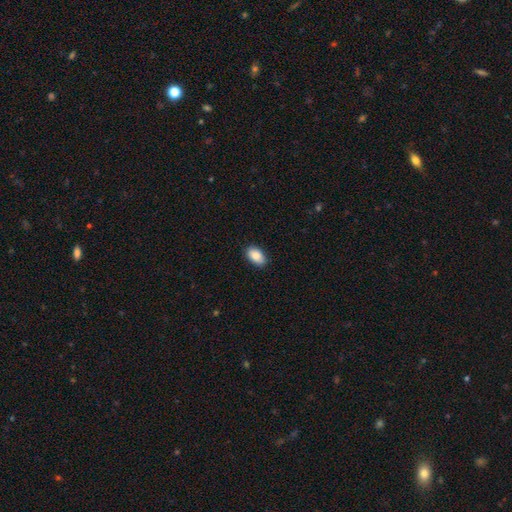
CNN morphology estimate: Smooth or featured?
  - smooth: 87% *
  - star or artifact: 7%
  - featured or disk: 6%
How rounded?
  - in between: 93% *
  - round: 6%
  - cigar-shaped: 2%
Merging?
  - none: 87% *
  - minor disturbance: 10%
  - major disturbance: 2%
  - merger: 1%